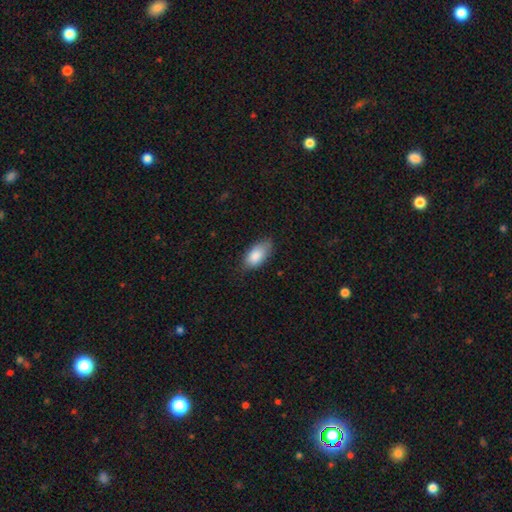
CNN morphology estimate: smooth 86%, featured or disk 8%, star or artifact 6%. Down the decision tree: how rounded — in between (93%); merging — none (71%).